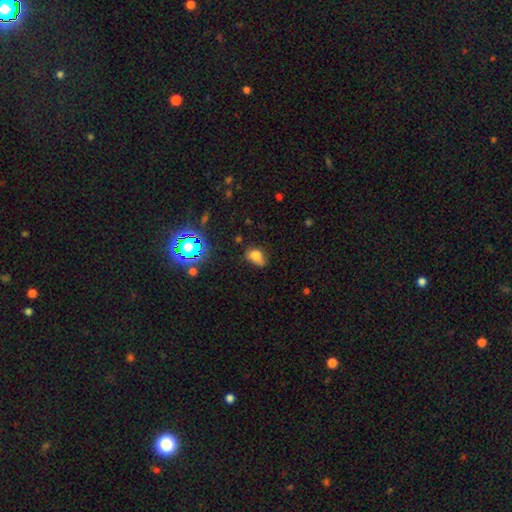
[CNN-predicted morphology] Smooth or featured? smooth (75%)
How rounded? in between (75%)
Merging? none (49%)